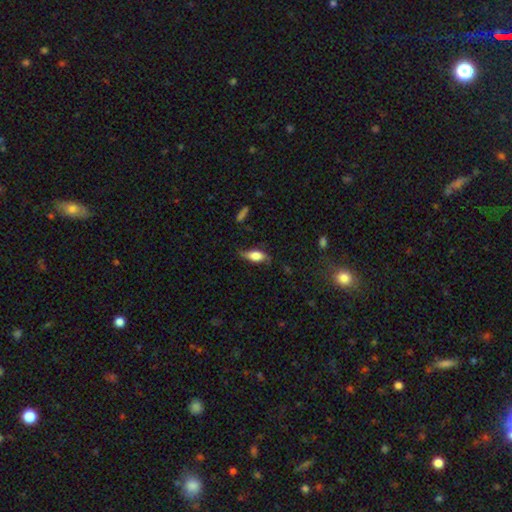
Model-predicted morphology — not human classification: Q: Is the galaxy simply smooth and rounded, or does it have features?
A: smooth — 53%.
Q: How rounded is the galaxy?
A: in between — 78%.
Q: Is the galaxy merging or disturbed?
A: none — 60%.